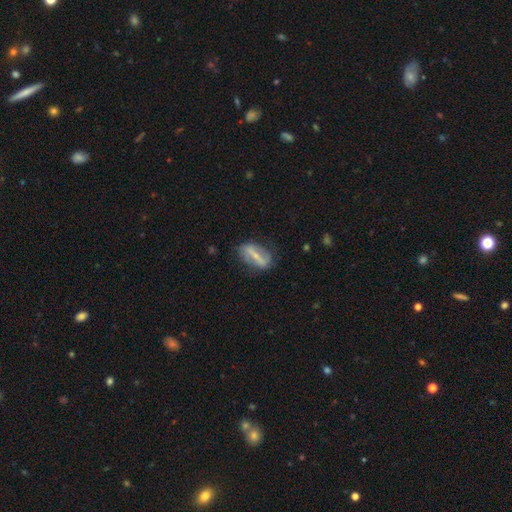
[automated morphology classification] Smooth or featured? Predicted: featured or disk (p=0.67). Edge-on disk? Predicted: no (p=0.84). Bar? Predicted: strong (p=0.73). Spiral arms? Predicted: yes (p=0.54). Bulge size? Predicted: small (p=0.59). Merging? Predicted: none (p=0.74).